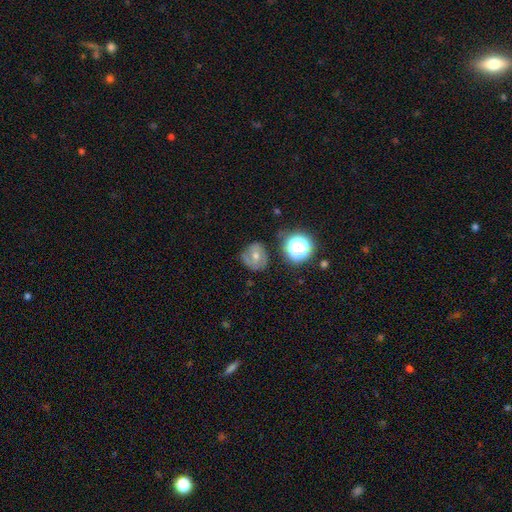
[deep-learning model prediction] Q: Smooth or featured?
A: featured or disk (44%); runner-up: smooth (31%)
Q: Merging?
A: none (75%); runner-up: minor disturbance (15%)